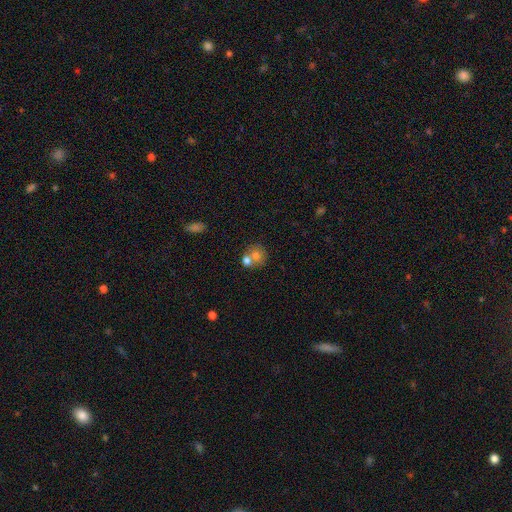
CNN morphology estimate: Overall: smooth (70%). How rounded: round (81%). Merging: merger (48%; none 41%).